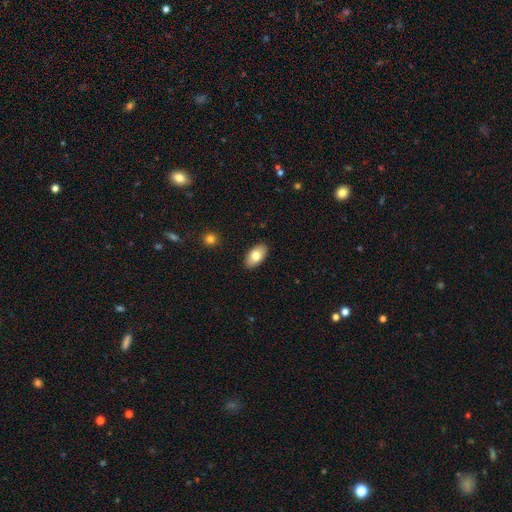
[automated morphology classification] Q: Smooth or featured?
A: smooth (77%); runner-up: featured or disk (16%)
Q: How rounded?
A: in between (93%); runner-up: round (5%)
Q: Merging?
A: none (89%); runner-up: minor disturbance (8%)